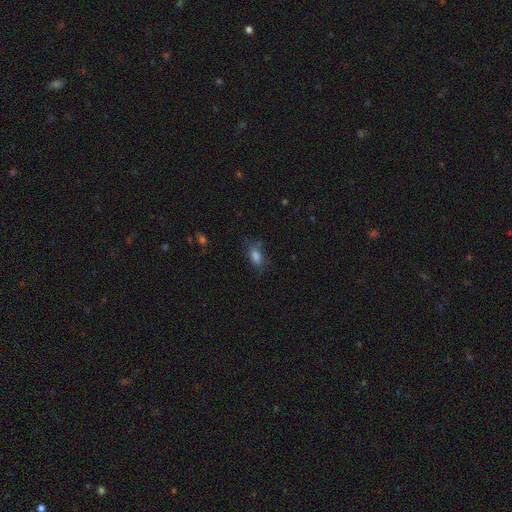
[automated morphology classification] This appears to be a smooth galaxy with no disk features (75%) that is in between round and cigar-shaped (85%). Merging: none (64%).